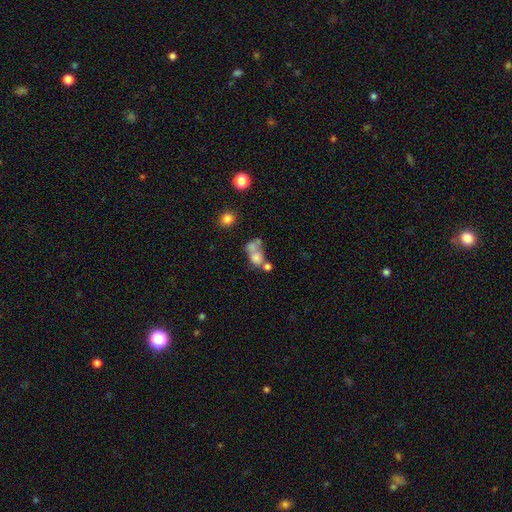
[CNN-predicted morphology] Smooth or featured: smooth — 66% (featured or disk — 22%)
How rounded: in between — 49% (round — 48%)
Merging: merger — 59% (none — 21%)